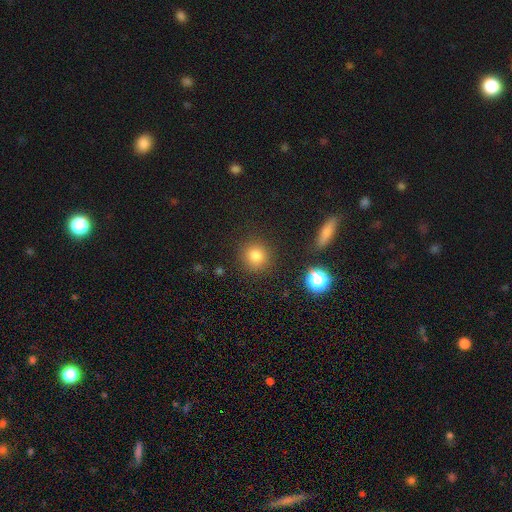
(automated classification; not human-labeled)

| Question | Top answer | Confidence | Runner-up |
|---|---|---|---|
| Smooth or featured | smooth | 80% | star or artifact (14%) |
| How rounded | round | 91% | in between (8%) |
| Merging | none | 88% | minor disturbance (7%) |